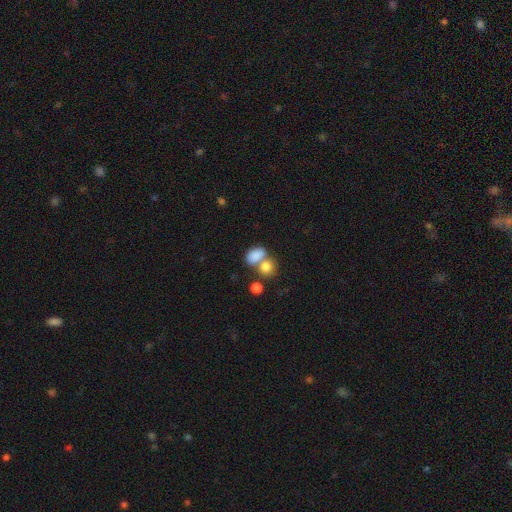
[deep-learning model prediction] smooth 81%, featured or disk 9%, star or artifact 9%. Down the decision tree: how rounded — in between (79%); merging — merger (49%).